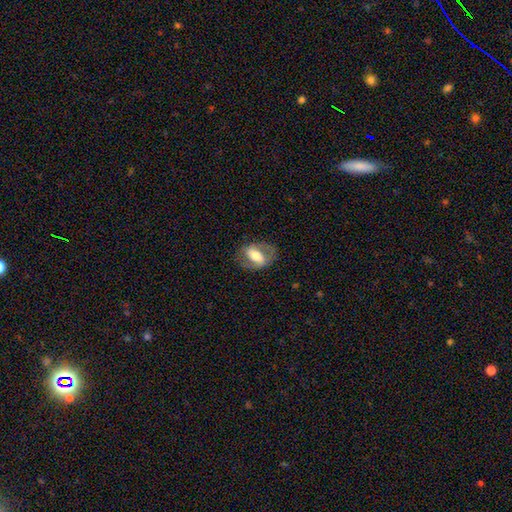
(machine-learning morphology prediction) Smooth or featured: featured or disk — 60% (smooth — 34%)
Edge-on disk: no — 92% (yes — 8%)
Bar: strong — 49% (weak — 31%)
Spiral arms: yes — 65% (no — 35%)
Bulge size: moderate — 56% (large — 24%)
Merging: none — 74% (minor disturbance — 16%)